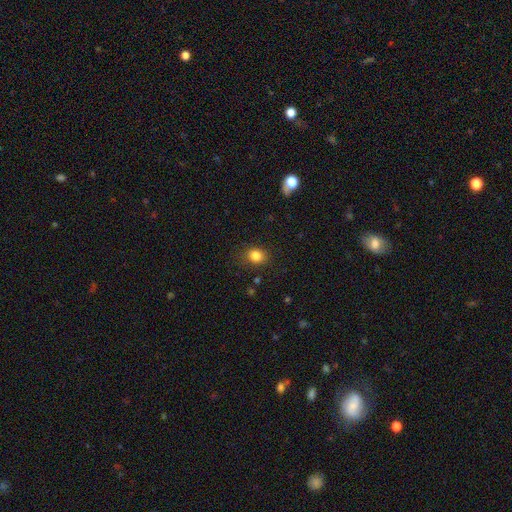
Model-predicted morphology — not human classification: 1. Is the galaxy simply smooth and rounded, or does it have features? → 83% smooth, 11% star or artifact, 5% featured or disk.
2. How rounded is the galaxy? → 64% round, 35% in between, 1% cigar-shaped.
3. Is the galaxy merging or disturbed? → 83% none, 12% minor disturbance, 4% major disturbance, 1% merger.